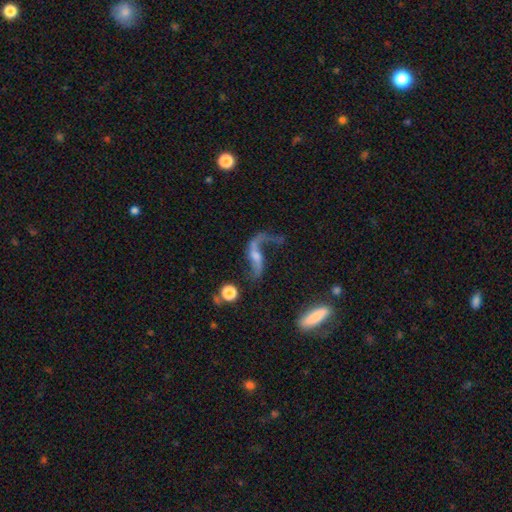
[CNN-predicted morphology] featured or disk 82%, smooth 10%, star or artifact 8%. Down the decision tree: edge-on disk — no (90%); bar — no (46%); spiral arms — yes (90%); spiral arm count — 2 (80%); spiral winding — loose (92%); bulge size — small (48%); merging — none (47%).